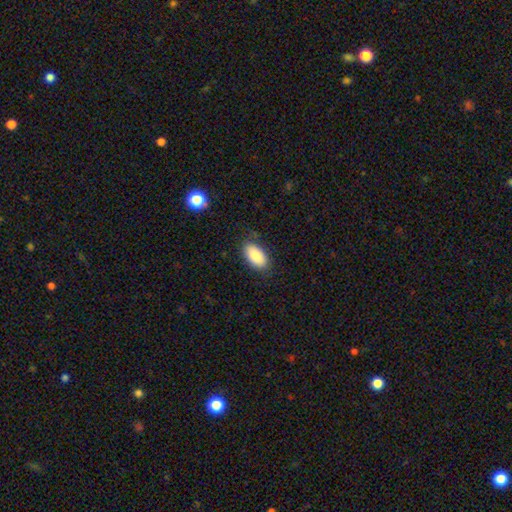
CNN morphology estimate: A smooth galaxy with no disk features (88%) that is in between round and cigar-shaped (94%). Merging: none (83%).